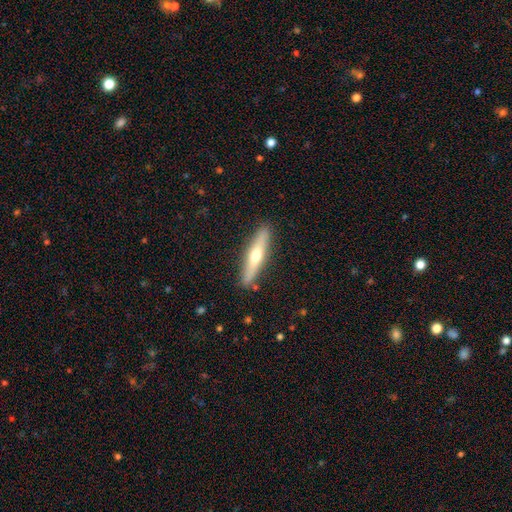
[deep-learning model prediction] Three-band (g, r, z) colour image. It shows a featured or disk galaxy (51%) viewed edge-on (91%). Merging: none (89%).